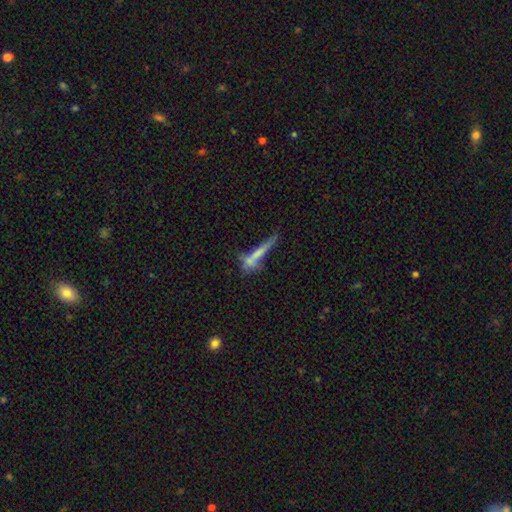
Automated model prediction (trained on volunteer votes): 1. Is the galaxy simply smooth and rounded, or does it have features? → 50% smooth, 38% featured or disk, 12% star or artifact.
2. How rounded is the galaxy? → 86% cigar-shaped, 11% in between, 4% round.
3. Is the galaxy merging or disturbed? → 40% none, 26% merger, 18% minor disturbance, 16% major disturbance.